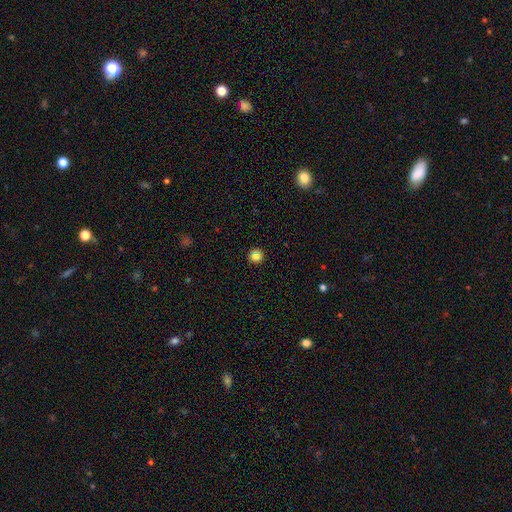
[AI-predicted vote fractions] Smooth or featured? smooth (78%)
How rounded? round (93%)
Merging? none (87%)